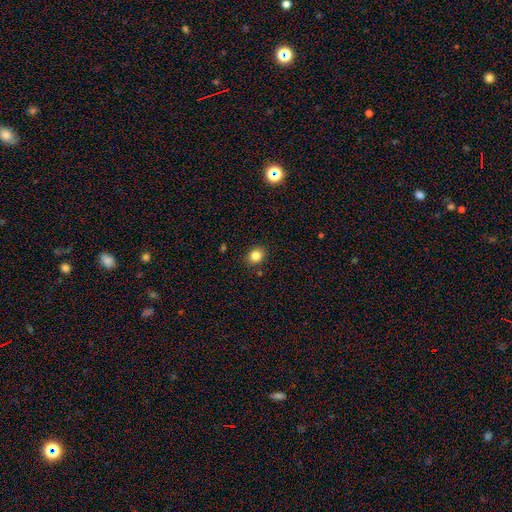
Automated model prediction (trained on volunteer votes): smooth-or-featured: smooth: 83% | star or artifact: 12% | featured or disk: 6%
  how-rounded: round: 68% | in between: 31% | cigar-shaped: 1%
  merging: none: 88% | minor disturbance: 8% | major disturbance: 2% | merger: 2%